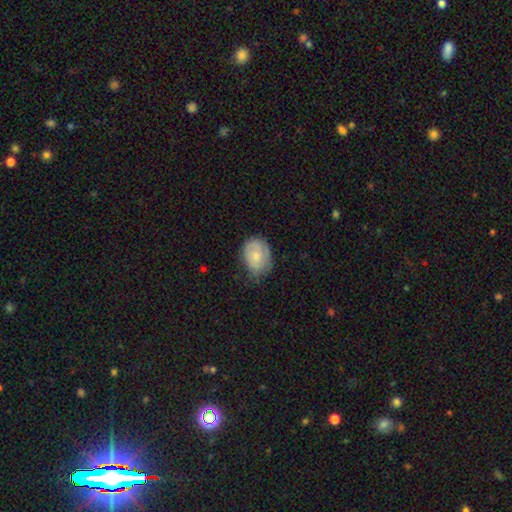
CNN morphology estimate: Overall: smooth (58%; featured or disk 35%). How rounded: in between (67%; round 32%). Merging: none (60%; minor disturbance 30%).